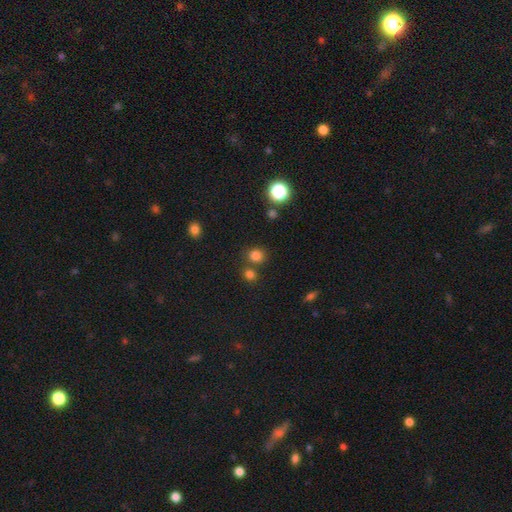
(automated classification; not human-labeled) Morphology: type=smooth (78%); roundness=round (82%); merging=none (71%).